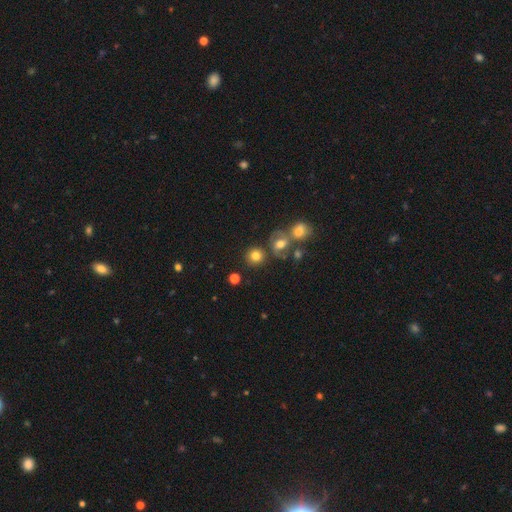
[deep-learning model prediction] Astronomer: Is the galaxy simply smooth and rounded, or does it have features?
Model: smooth — 78%.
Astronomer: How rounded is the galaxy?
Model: round — 88%.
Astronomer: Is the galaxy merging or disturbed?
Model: none — 70%.